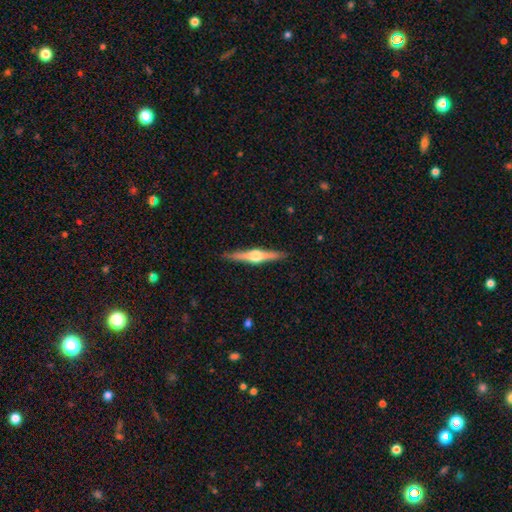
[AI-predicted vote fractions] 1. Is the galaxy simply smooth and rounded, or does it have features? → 76% featured or disk, 19% smooth, 5% star or artifact.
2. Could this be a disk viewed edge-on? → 98% yes, 2% no.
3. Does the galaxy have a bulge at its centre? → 95% rounded, 3% boxy, 2% none.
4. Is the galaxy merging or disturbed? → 91% none, 7% minor disturbance, 1% major disturbance, 1% merger.